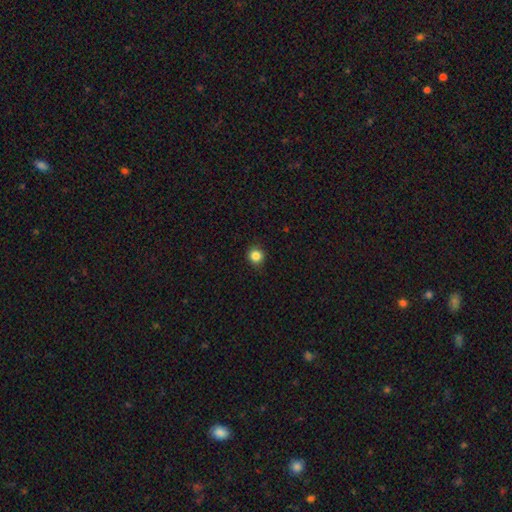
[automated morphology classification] Smooth or featured?
  - smooth: 85% *
  - star or artifact: 11%
  - featured or disk: 4%
How rounded?
  - round: 91% *
  - in between: 8%
  - cigar-shaped: 1%
Merging?
  - none: 89% *
  - minor disturbance: 8%
  - major disturbance: 2%
  - merger: 1%